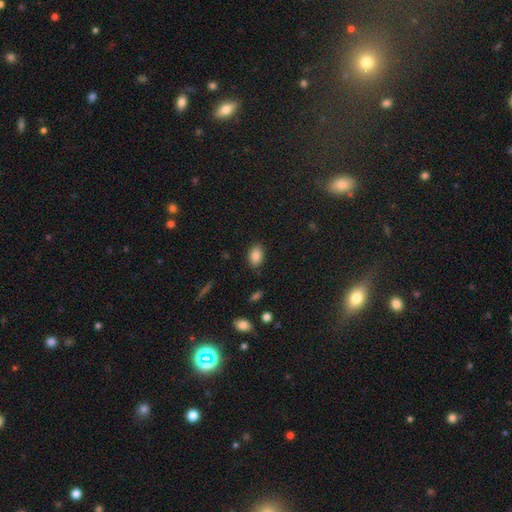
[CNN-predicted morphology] Smooth or featured? smooth (86%)
How rounded? in between (86%)
Merging? none (85%)